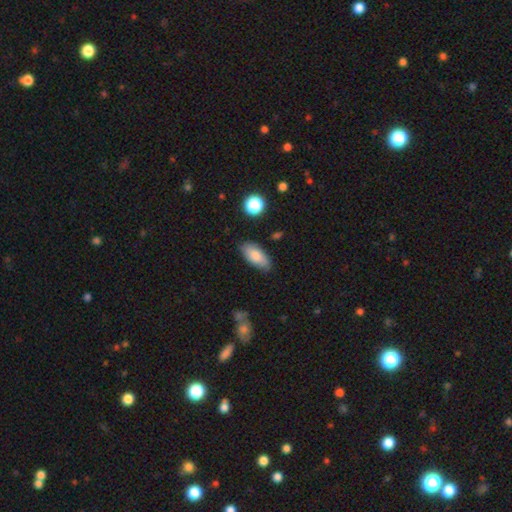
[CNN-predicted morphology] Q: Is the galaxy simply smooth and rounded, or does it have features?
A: smooth — 82%.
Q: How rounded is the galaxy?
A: in between — 88%.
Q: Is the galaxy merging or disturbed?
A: none — 81%.